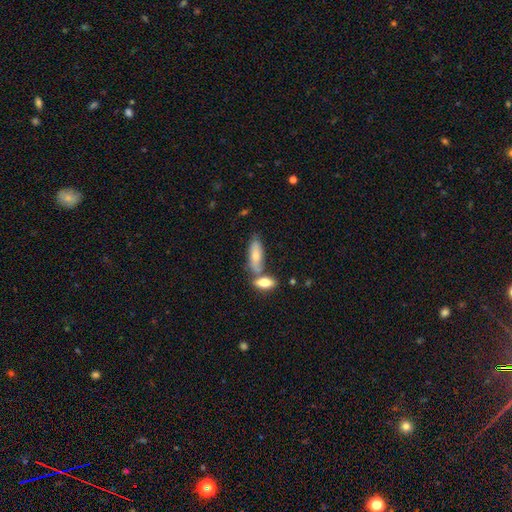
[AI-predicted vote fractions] Smooth or featured?
  - smooth: 73% *
  - featured or disk: 20%
  - star or artifact: 6%
How rounded?
  - in between: 67% *
  - cigar-shaped: 31%
  - round: 2%
Merging?
  - none: 50% *
  - merger: 32%
  - minor disturbance: 14%
  - major disturbance: 4%